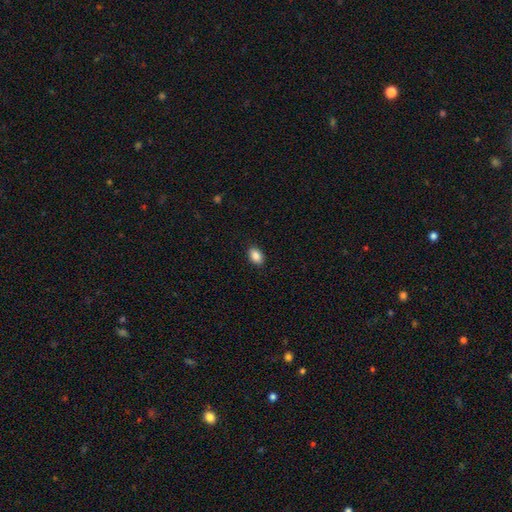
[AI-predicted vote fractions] Smooth or featured?
  - smooth: 88% *
  - star or artifact: 8%
  - featured or disk: 4%
How rounded?
  - in between: 87% *
  - round: 11%
  - cigar-shaped: 1%
Merging?
  - none: 90% *
  - minor disturbance: 7%
  - major disturbance: 2%
  - merger: 1%